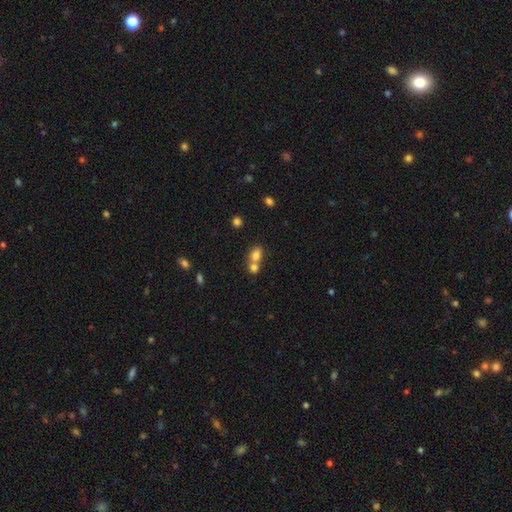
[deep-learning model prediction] A smooth galaxy with no disk features (78%) that is in between round and cigar-shaped (57%).

Vote fractions:
- Smooth or featured? smooth: 78% / star or artifact: 12% / featured or disk: 11%
- How rounded? in between: 57% / round: 42% / cigar-shaped: 2%
- Merging? merger: 60% / none: 31% / minor disturbance: 7% / major disturbance: 3%